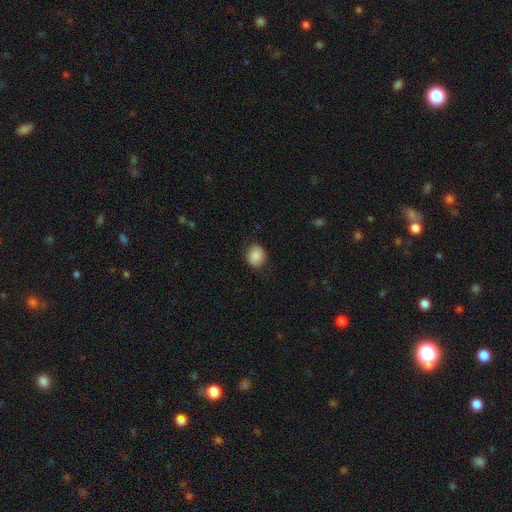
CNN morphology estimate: This appears to be a smooth galaxy with no disk features (87%) that is round (65%). Merging: none (85%).